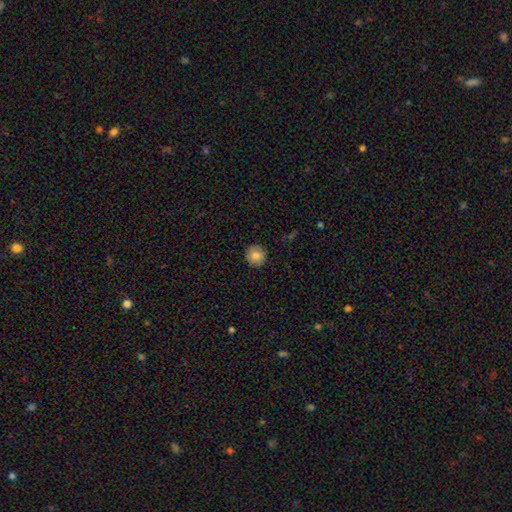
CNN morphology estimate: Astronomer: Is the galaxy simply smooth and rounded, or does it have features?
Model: smooth — 83%.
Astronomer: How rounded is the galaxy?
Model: round — 95%.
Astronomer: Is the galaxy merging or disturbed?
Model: none — 91%.